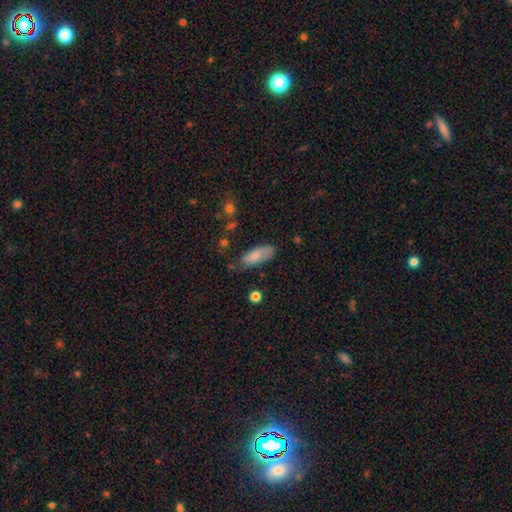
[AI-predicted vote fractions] Smooth or featured: smooth — 72% (featured or disk — 21%)
How rounded: in between — 78% (cigar-shaped — 20%)
Merging: none — 59% (minor disturbance — 29%)